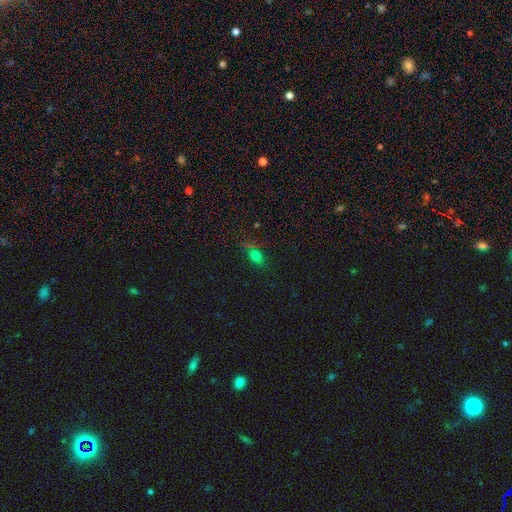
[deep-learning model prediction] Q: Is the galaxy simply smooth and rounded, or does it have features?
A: smooth — 65%.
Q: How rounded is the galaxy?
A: in between — 66%.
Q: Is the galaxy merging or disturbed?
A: none — 69%.